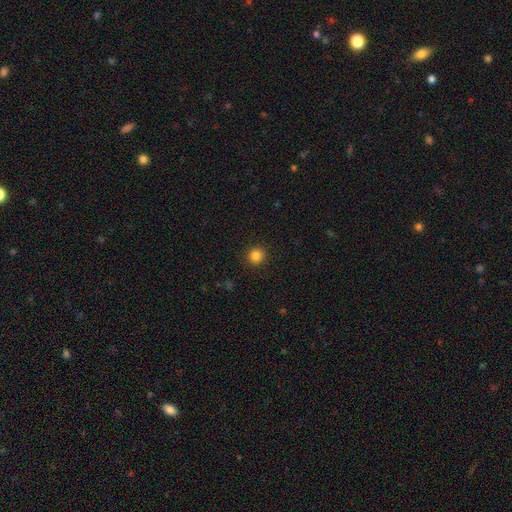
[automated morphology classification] A smooth galaxy with no disk features (84%) that is round (91%). Merging: none (92%).